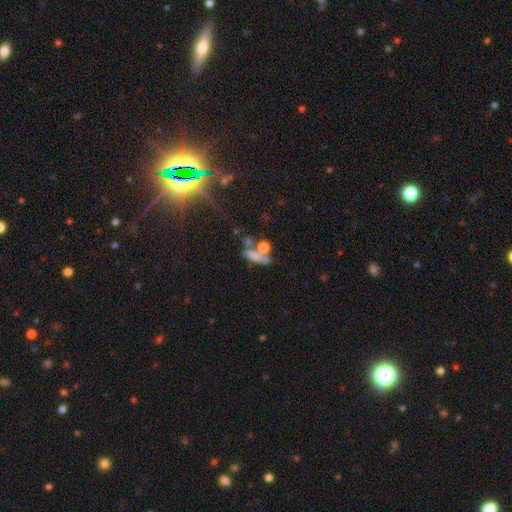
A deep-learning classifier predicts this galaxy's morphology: smooth 67%, featured or disk 19%, star or artifact 14%. Down the decision tree: how rounded — in between (56%); merging — none (39%).